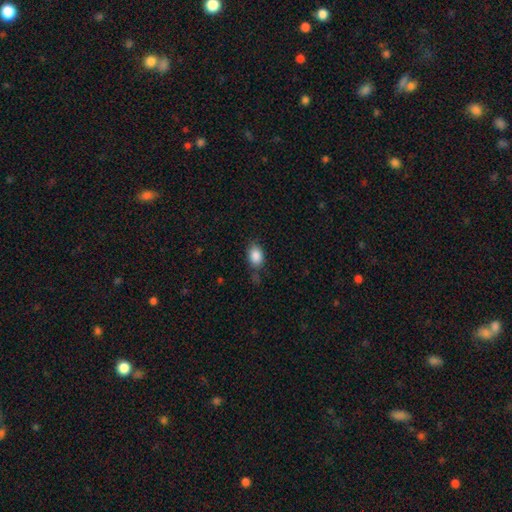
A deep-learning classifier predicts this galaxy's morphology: This appears to be a smooth galaxy with no disk features (87%) that is in between round and cigar-shaped (79%). Merging: none (68%).